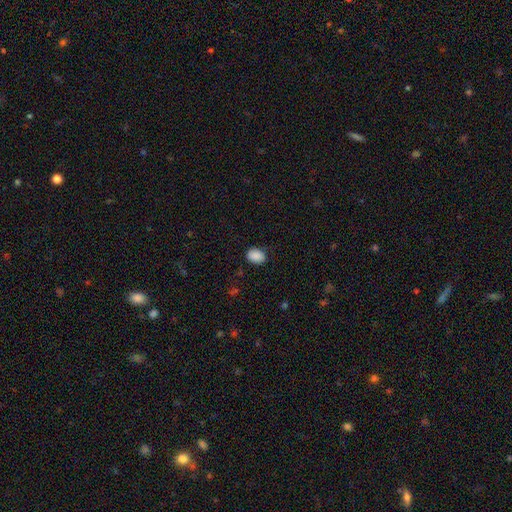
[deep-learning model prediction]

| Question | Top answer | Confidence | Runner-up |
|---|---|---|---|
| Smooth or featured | smooth | 89% | star or artifact (8%) |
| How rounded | in between | 72% | round (27%) |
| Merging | none | 84% | minor disturbance (12%) |